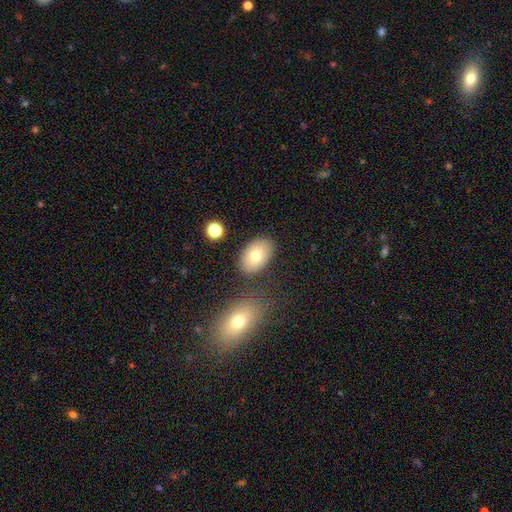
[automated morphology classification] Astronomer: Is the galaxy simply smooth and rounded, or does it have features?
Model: smooth — 77%.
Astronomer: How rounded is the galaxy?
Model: in between — 88%.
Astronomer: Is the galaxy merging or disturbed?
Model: none — 79%.